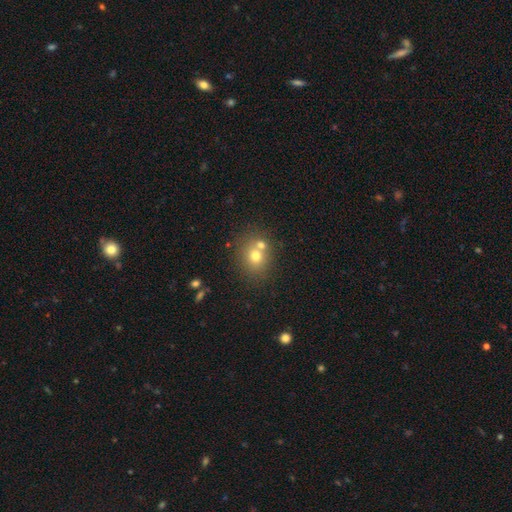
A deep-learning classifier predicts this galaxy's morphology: type=smooth (70%); roundness=round (74%); merging=none (55%).